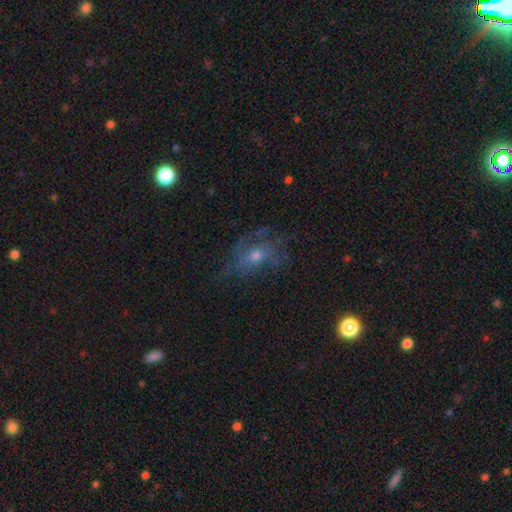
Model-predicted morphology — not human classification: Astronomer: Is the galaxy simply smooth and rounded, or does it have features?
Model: featured or disk — 60%.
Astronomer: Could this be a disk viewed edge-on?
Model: no — 95%.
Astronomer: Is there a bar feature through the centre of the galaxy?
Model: no — 74%.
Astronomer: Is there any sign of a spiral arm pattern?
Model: yes — 71%.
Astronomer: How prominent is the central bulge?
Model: moderate — 51% (runner-up: small, 40%).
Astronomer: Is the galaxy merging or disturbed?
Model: none — 56%.